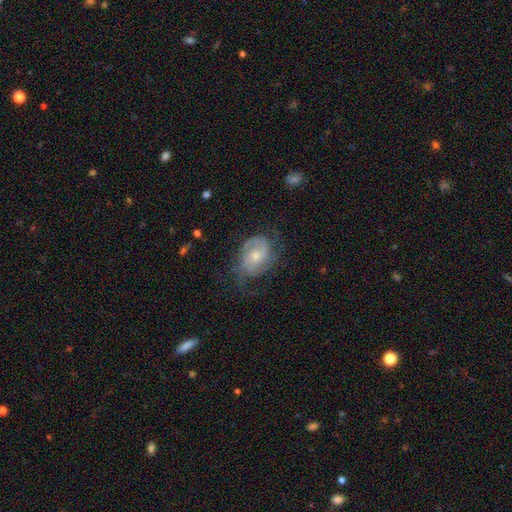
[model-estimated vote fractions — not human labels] smooth_or_featured: featured or disk (p=0.75) [alt: smooth p=0.19]
disk_edge_on: no (p=0.97) [alt: yes p=0.03]
bar: no (p=0.69) [alt: weak p=0.27]
has_spiral_arms: yes (p=0.91) [alt: no p=0.09]
spiral_winding: tight (p=0.44) [alt: medium p=0.40]
spiral_arm_count: 2 (p=0.43) [alt: can't tell p=0.27]
bulge_size: moderate (p=0.51) [alt: small p=0.41]
merging: none (p=0.58) [alt: minor disturbance p=0.24]